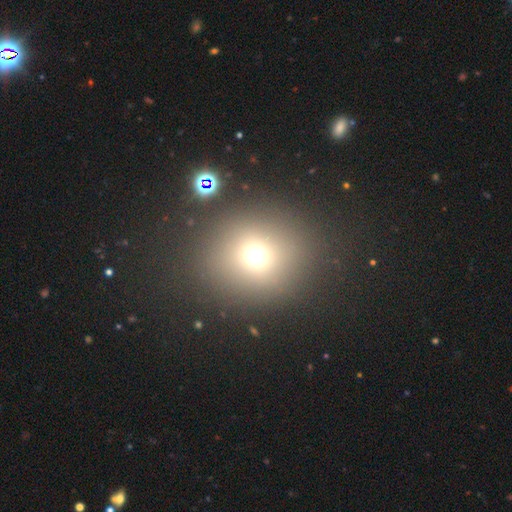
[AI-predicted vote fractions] smooth-or-featured: smooth: 67% | star or artifact: 23% | featured or disk: 10%
  how-rounded: round: 80% | in between: 19% | cigar-shaped: 1%
  merging: none: 83% | minor disturbance: 8% | major disturbance: 5% | merger: 4%